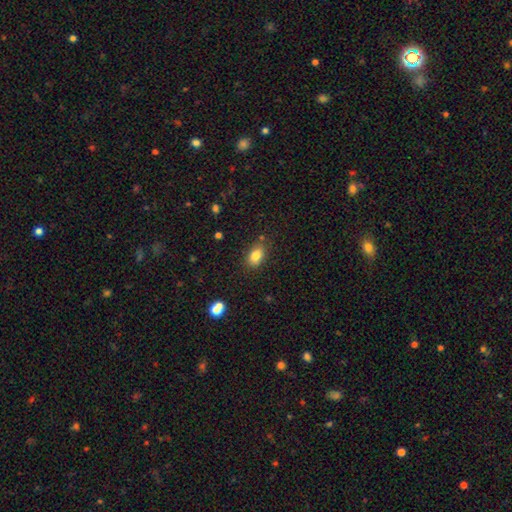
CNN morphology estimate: Q: Smooth or featured?
A: smooth (83%); runner-up: star or artifact (10%)
Q: How rounded?
A: in between (84%); runner-up: round (14%)
Q: Merging?
A: none (80%); runner-up: minor disturbance (13%)